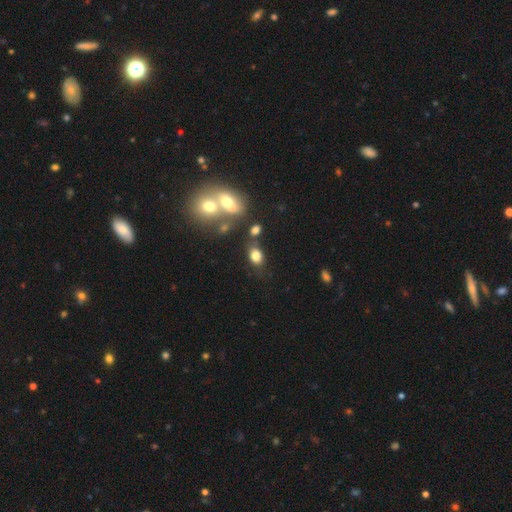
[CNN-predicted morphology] Overall: smooth (80%). How rounded: in between (77%). Merging: none (59%).